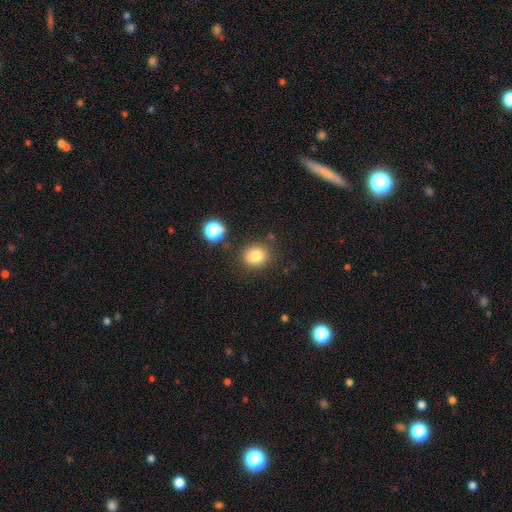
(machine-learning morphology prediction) The model was most divided on "how rounded": round: 78%, in between: 21%, cigar-shaped: 1%. More confident: merging — none (81%); smooth or featured — smooth (80%).